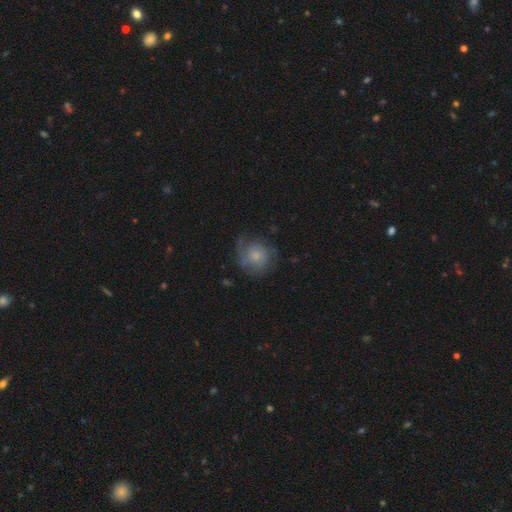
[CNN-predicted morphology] smooth 49%, featured or disk 43%, star or artifact 8%. Down the decision tree: merging — none (60%).